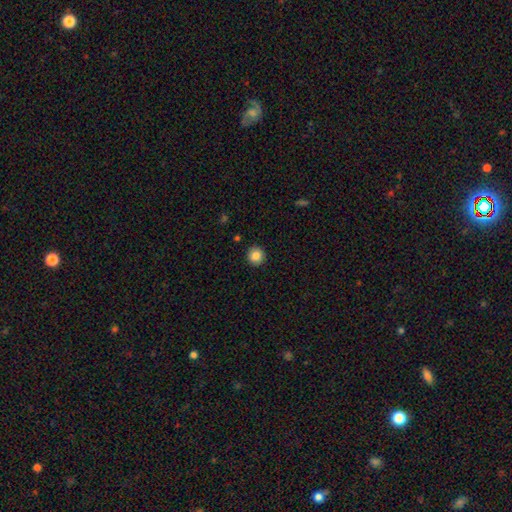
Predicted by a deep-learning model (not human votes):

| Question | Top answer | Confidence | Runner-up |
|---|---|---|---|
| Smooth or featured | smooth | 85% | star or artifact (10%) |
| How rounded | round | 93% | in between (6%) |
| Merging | none | 92% | minor disturbance (5%) |